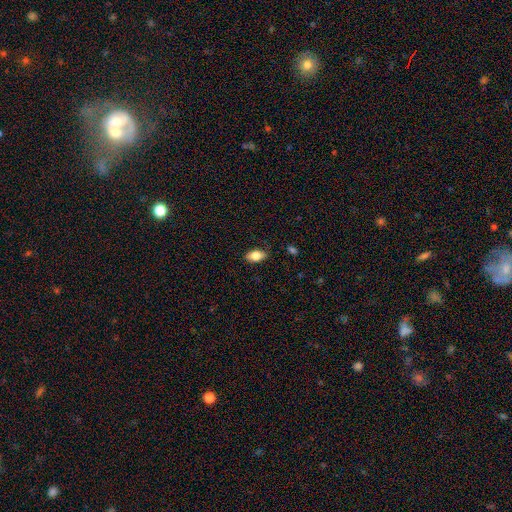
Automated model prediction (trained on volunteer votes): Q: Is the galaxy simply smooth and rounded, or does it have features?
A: smooth — 79%.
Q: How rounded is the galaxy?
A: in between — 89%.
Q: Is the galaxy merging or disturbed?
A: none — 83%.